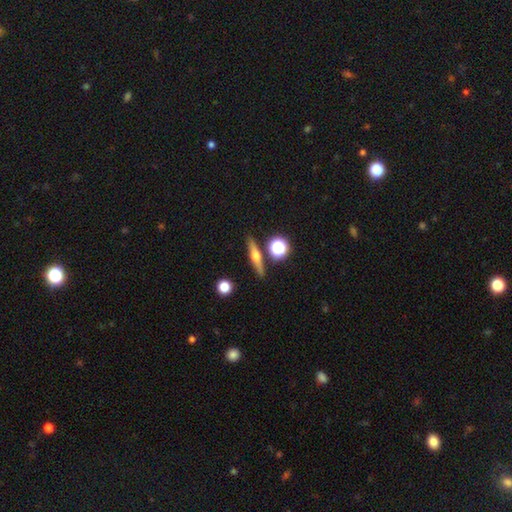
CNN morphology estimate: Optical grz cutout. It shows a featured or disk galaxy (60%) viewed edge-on (95%) with a rounded central bulge (92%). Merging: none (84%).